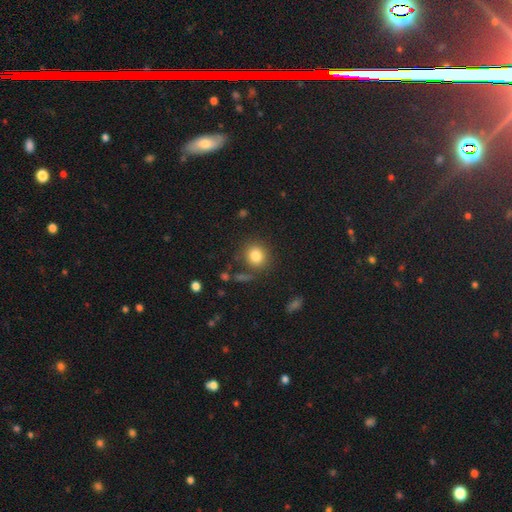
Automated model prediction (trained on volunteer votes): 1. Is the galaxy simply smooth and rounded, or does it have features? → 82% smooth, 11% star or artifact, 7% featured or disk.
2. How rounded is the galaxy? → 81% round, 18% in between, 1% cigar-shaped.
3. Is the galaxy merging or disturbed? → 80% none, 11% minor disturbance, 5% merger, 5% major disturbance.